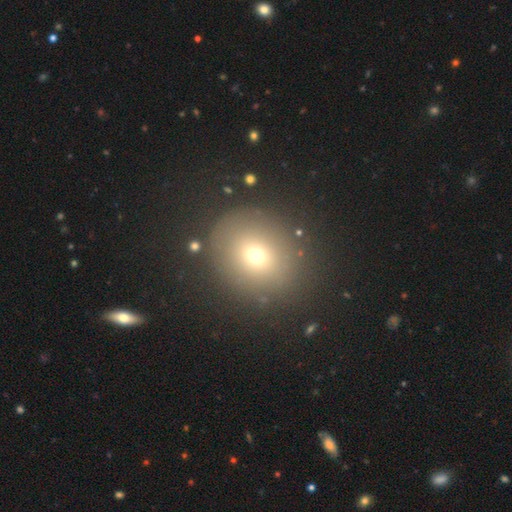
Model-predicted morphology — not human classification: The model was most divided on "smooth or featured": smooth: 67%, star or artifact: 20%, featured or disk: 14%. More confident: merging — none (85%); how rounded — round (80%).